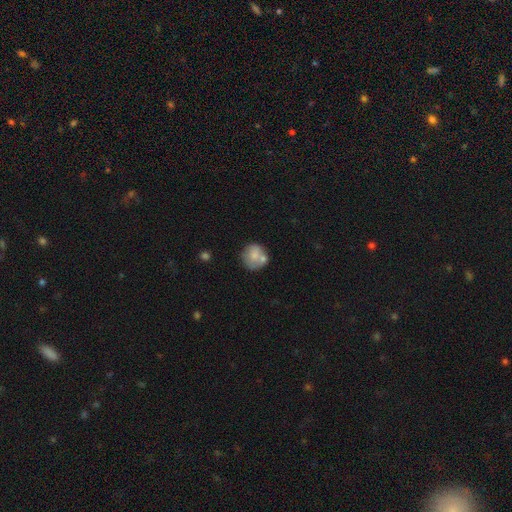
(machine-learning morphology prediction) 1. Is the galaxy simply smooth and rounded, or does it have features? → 69% smooth, 23% featured or disk, 7% star or artifact.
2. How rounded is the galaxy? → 83% round, 16% in between, 1% cigar-shaped.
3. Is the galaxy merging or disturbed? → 50% none, 25% merger, 19% minor disturbance, 7% major disturbance.